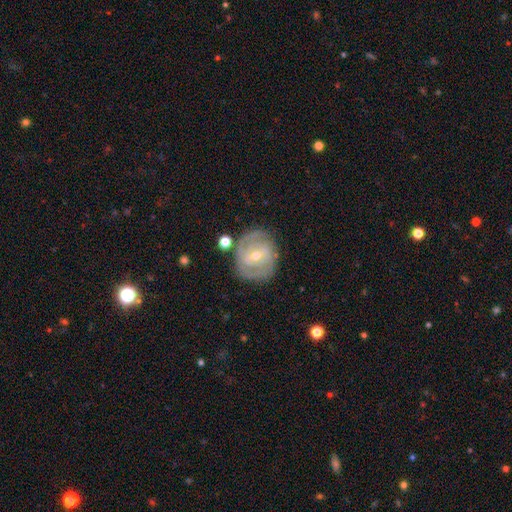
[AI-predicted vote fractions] smooth-or-featured: featured or disk: 82% | smooth: 13% | star or artifact: 6%
  disk-edge-on: no: 97% | yes: 3%
    bar: weak: 43% | no: 40% | strong: 17%
    has-spiral-arms: yes: 90% | no: 10%
      spiral-winding: tight: 62% | medium: 30% | loose: 7%
      spiral-arm-count: 2: 52% | can't tell: 22% | 3: 16% | 4: 4% | 1: 4% | more than 4: 3%
    bulge-size: small: 54% | moderate: 43% | large: 1% | none: 1% | dominant: 1%
  merging: none: 76% | minor disturbance: 15% | major disturbance: 5% | merger: 3%